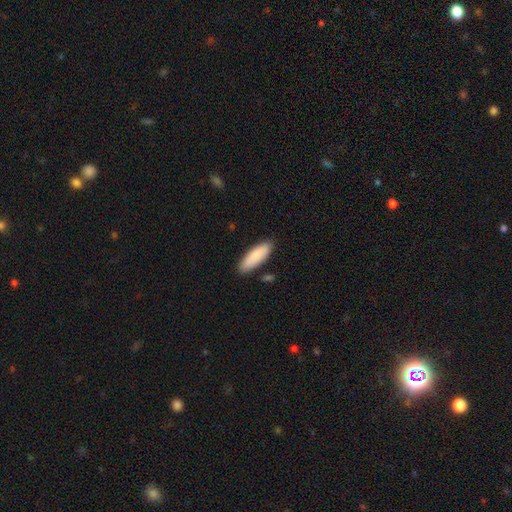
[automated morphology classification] The model was most divided on "how rounded": in between: 58%, cigar-shaped: 40%, round: 2%. More confident: smooth or featured — smooth (85%); merging — none (85%).